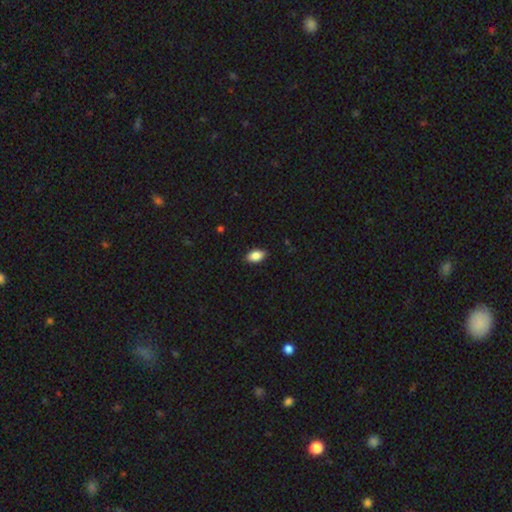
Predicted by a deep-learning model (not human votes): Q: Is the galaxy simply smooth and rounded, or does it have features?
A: smooth — 88%.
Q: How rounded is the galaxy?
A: in between — 92%.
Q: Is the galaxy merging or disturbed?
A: none — 89%.